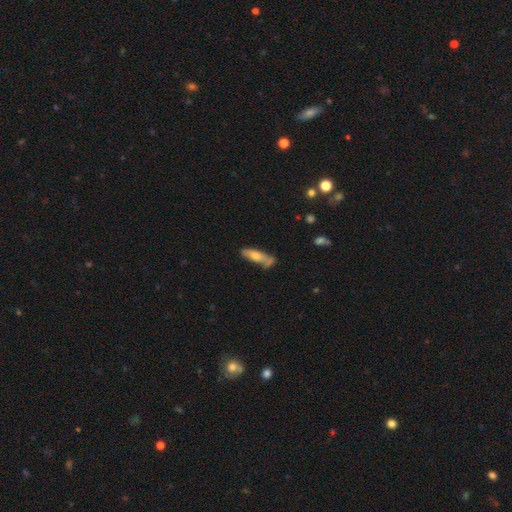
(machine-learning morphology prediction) The model was most divided on "how rounded": cigar-shaped: 59%, in between: 38%, round: 2%. More confident: smooth or featured — smooth (60%); merging — none (54%).